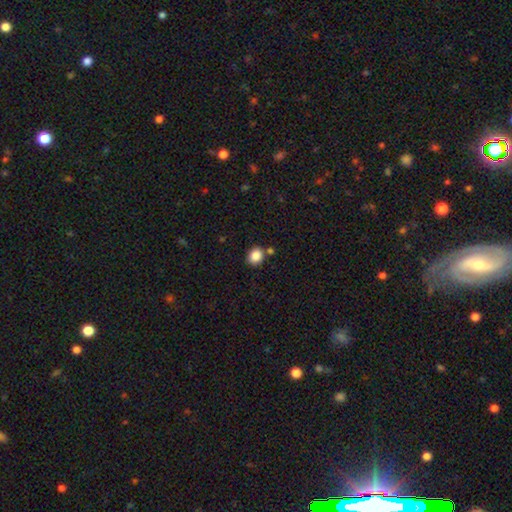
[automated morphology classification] This is clearly a smooth galaxy (86%). How rounded: likely round (65%). Merging: likely none (76%).